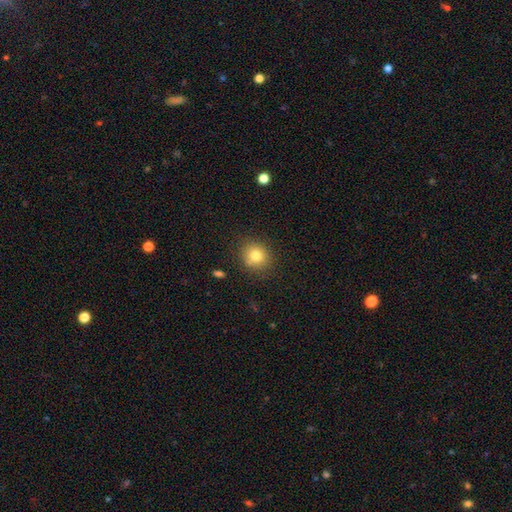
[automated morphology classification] This appears to be a smooth galaxy with no disk features (79%) that is round (83%). Merging: none (84%).